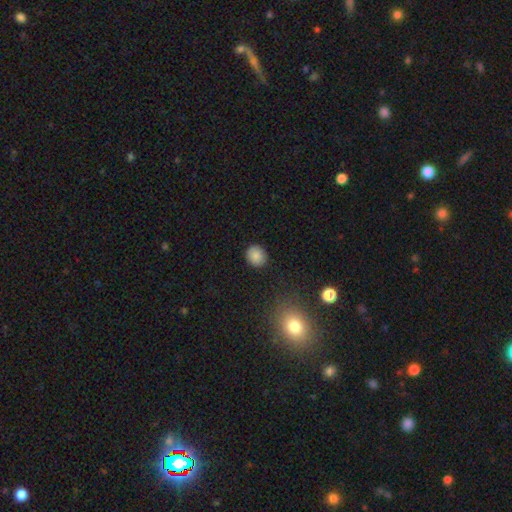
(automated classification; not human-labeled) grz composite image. It shows a smooth galaxy with no disk features (86%) that is round (76%). Merging: none (88%).